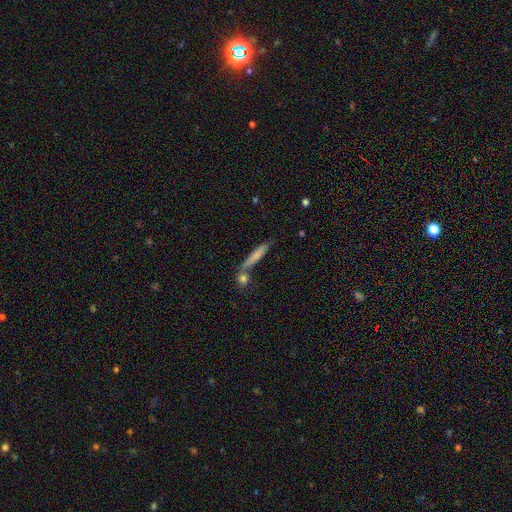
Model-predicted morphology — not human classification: Smooth or featured? Predicted: smooth (p=0.71). How rounded? Predicted: cigar-shaped (p=0.89). Merging? Predicted: none (p=0.62).